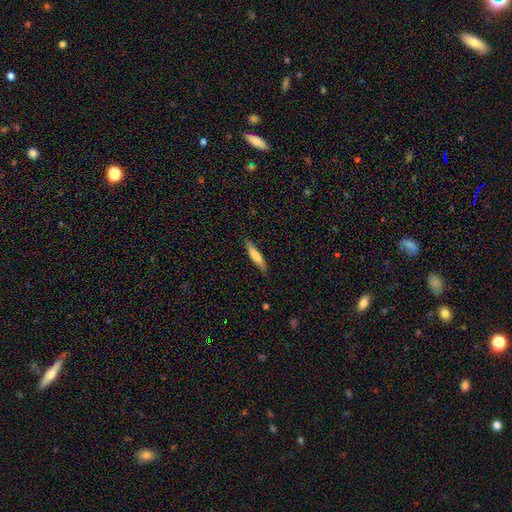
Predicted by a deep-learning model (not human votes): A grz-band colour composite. It shows a smooth galaxy with no disk features (75%) that is cigar-shaped (84%). Merging: none (84%).